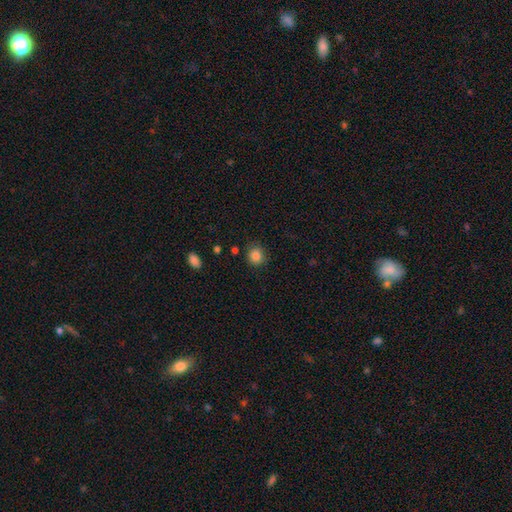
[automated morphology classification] Smooth or featured? Predicted: smooth (p=0.85). How rounded? Predicted: round (p=0.86). Merging? Predicted: none (p=0.83).